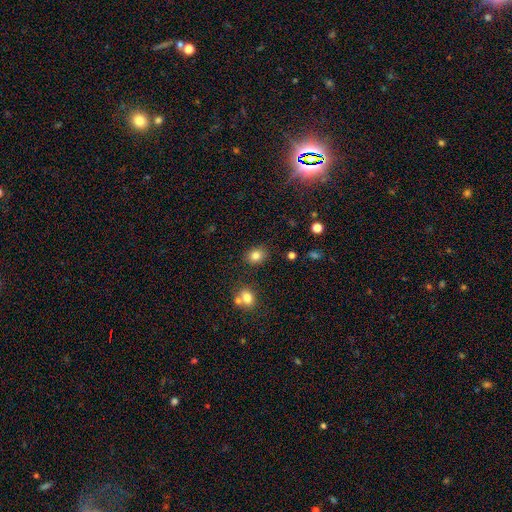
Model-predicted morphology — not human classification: Smooth or featured?
  - smooth: 82% *
  - star or artifact: 12%
  - featured or disk: 7%
How rounded?
  - round: 59% *
  - in between: 40%
  - cigar-shaped: 1%
Merging?
  - none: 83% *
  - minor disturbance: 10%
  - merger: 5%
  - major disturbance: 3%